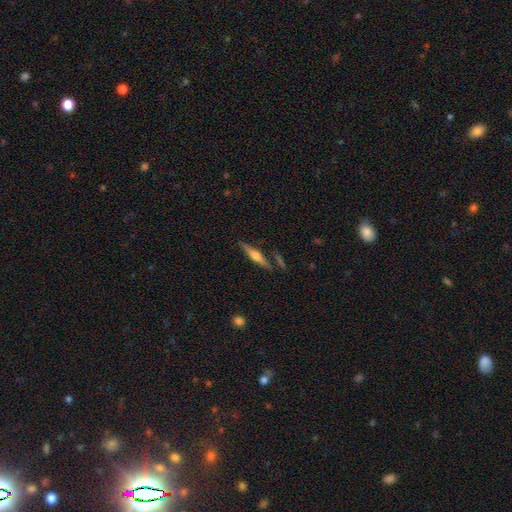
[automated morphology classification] Q: Smooth or featured?
A: featured or disk (63%); runner-up: smooth (31%)
Q: Edge-on disk?
A: yes (97%); runner-up: no (3%)
Q: Edge-on bulge?
A: rounded (87%); runner-up: boxy (8%)
Q: Merging?
A: none (83%); runner-up: minor disturbance (9%)